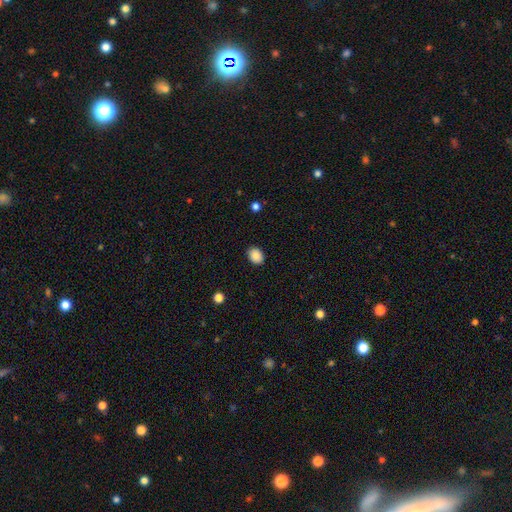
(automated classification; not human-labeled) This is clearly a smooth galaxy (87%). How rounded: likely in between (62%). Merging: clearly none (89%).